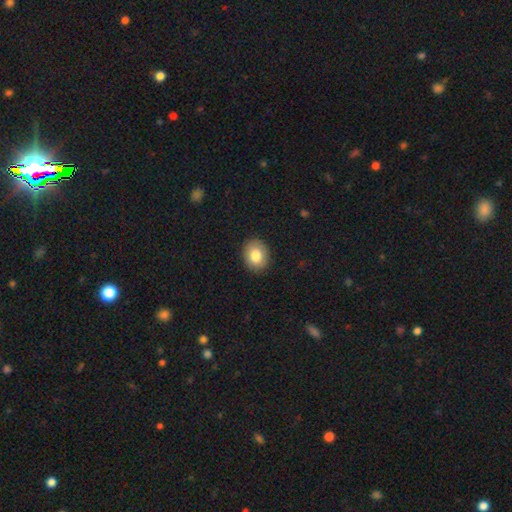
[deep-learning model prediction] A smooth galaxy with no disk features (82%) that is round (51%).

Vote fractions:
- Smooth or featured? smooth: 82% / featured or disk: 10% / star or artifact: 8%
- How rounded? round: 51% / in between: 48% / cigar-shaped: 1%
- Merging? none: 88% / minor disturbance: 8% / major disturbance: 2% / merger: 1%